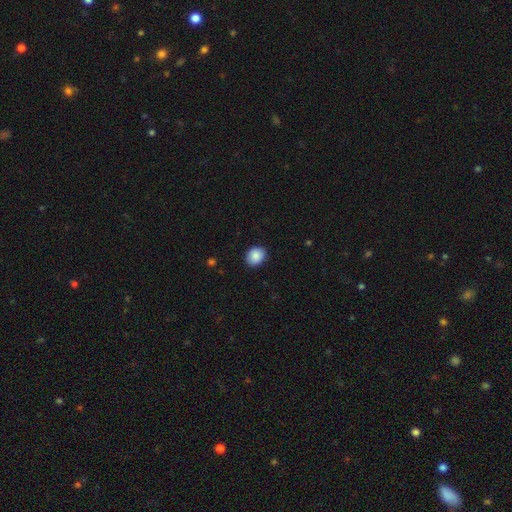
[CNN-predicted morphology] The model was most divided on "how rounded": round: 59%, in between: 41%, cigar-shaped: 1%. More confident: smooth or featured — smooth (88%); merging — none (88%).